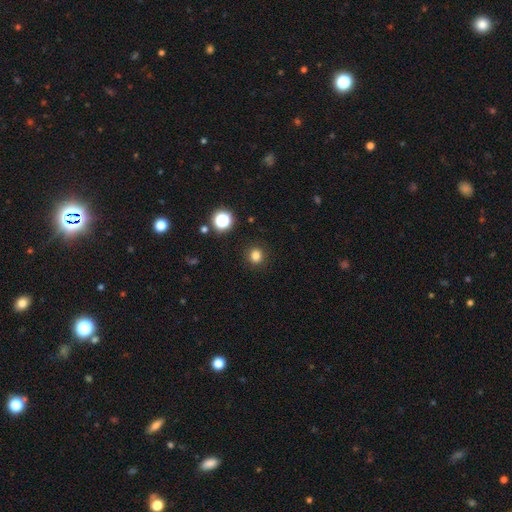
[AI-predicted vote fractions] Smooth or featured: smooth — 82% (star or artifact — 14%)
How rounded: round — 85% (in between — 14%)
Merging: none — 90% (minor disturbance — 6%)